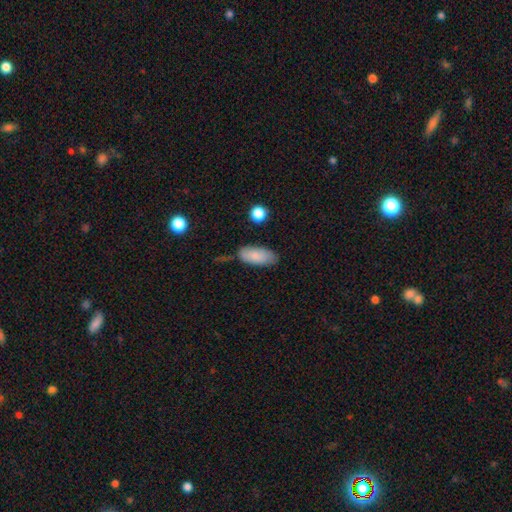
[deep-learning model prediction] smooth_or_featured: smooth (p=0.85) [alt: featured or disk p=0.09]
how_rounded: in between (p=0.88) [alt: cigar-shaped p=0.10]
merging: none (p=0.71) [alt: minor disturbance p=0.20]